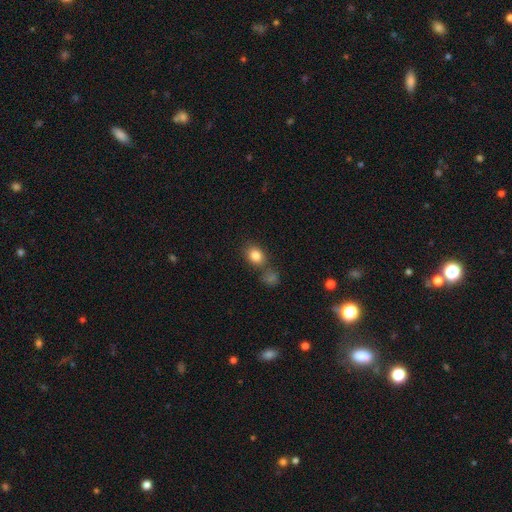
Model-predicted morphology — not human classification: smooth-or-featured: smooth: 84% | star or artifact: 10% | featured or disk: 6%
  how-rounded: in between: 55% | round: 44% | cigar-shaped: 1%
  merging: none: 65% | merger: 19% | minor disturbance: 12% | major disturbance: 4%